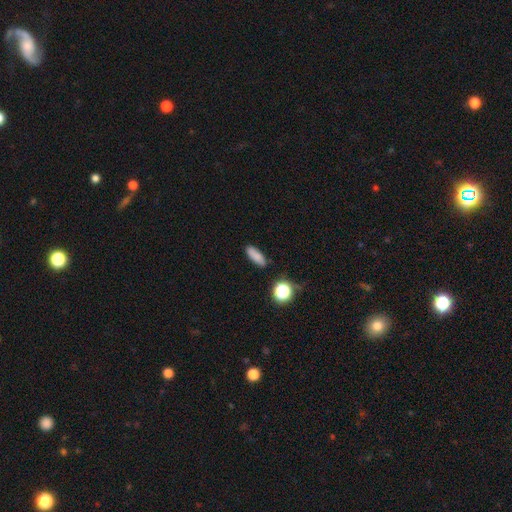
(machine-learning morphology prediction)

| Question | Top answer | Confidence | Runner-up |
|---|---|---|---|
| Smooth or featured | smooth | 82% | star or artifact (11%) |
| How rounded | in between | 63% | cigar-shaped (32%) |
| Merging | none | 84% | minor disturbance (11%) |